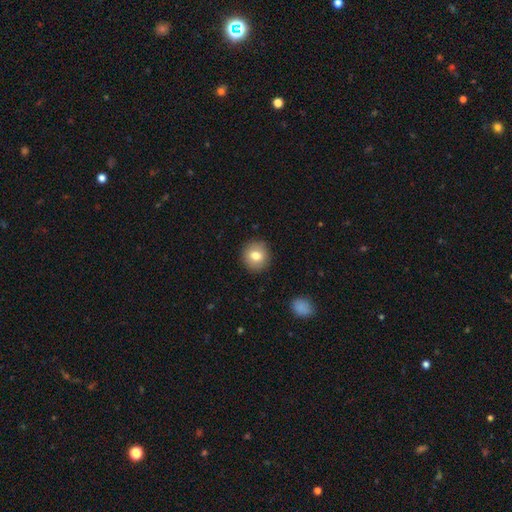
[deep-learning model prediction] A smooth galaxy with no disk features (79%) that is round (91%). Merging: none (90%).